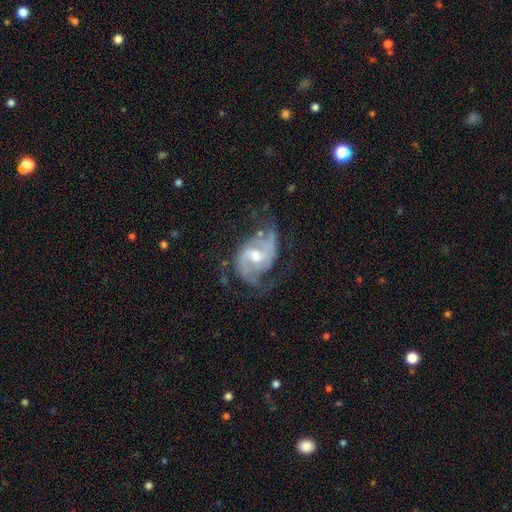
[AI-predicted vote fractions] Smooth or featured: featured or disk — 87% (smooth — 7%)
Edge-on disk: no — 97% (yes — 3%)
Bar: weak — 48% (no — 40%)
Spiral arms: yes — 95% (no — 5%)
Spiral winding: medium — 48% (tight — 27%)
Spiral arm count: 2 — 72% (can't tell — 11%)
Bulge size: moderate — 66% (small — 26%)
Merging: none — 57% (minor disturbance — 23%)